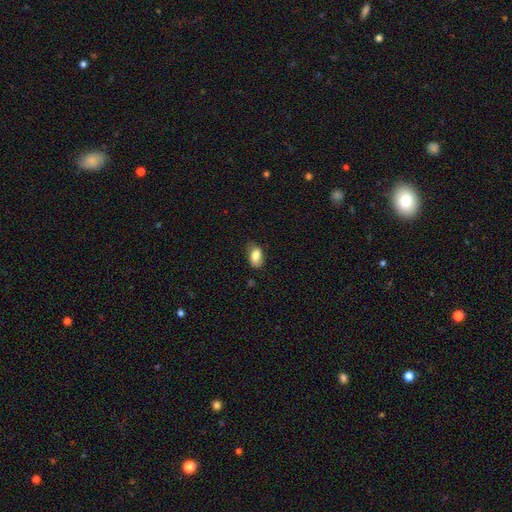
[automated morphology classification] Smooth or featured?
  - smooth: 81% *
  - featured or disk: 12%
  - star or artifact: 7%
How rounded?
  - in between: 91% *
  - round: 7%
  - cigar-shaped: 3%
Merging?
  - none: 72% *
  - minor disturbance: 22%
  - major disturbance: 5%
  - merger: 1%